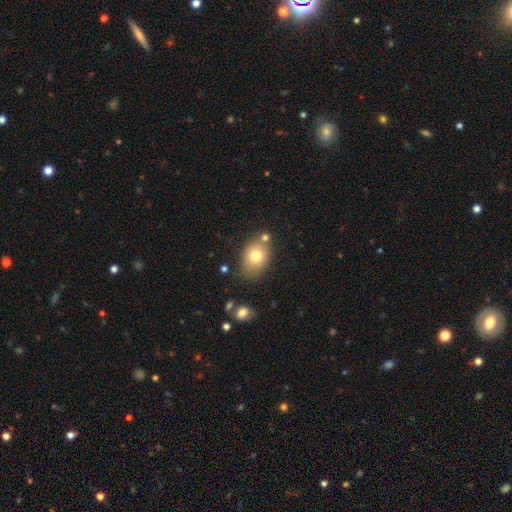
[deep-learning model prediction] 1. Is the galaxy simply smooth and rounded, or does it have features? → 77% smooth, 14% featured or disk, 9% star or artifact.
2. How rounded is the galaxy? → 72% in between, 27% round, 1% cigar-shaped.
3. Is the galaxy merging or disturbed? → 68% none, 17% minor disturbance, 11% merger, 4% major disturbance.